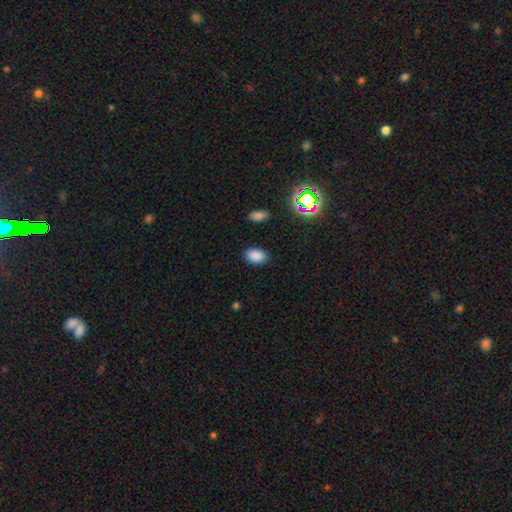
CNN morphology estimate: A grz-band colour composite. It shows a smooth galaxy with no disk features (85%) that is in between round and cigar-shaped (89%). Merging: none (87%).